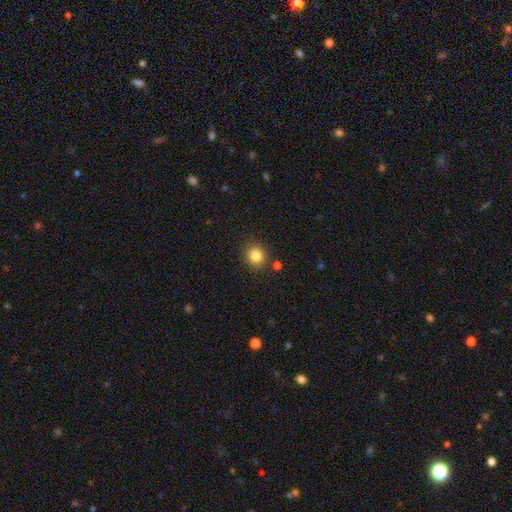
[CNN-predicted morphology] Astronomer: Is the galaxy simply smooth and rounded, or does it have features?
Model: smooth — 83%.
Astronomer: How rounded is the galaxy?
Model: round — 81%.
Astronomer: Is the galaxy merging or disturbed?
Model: none — 85%.